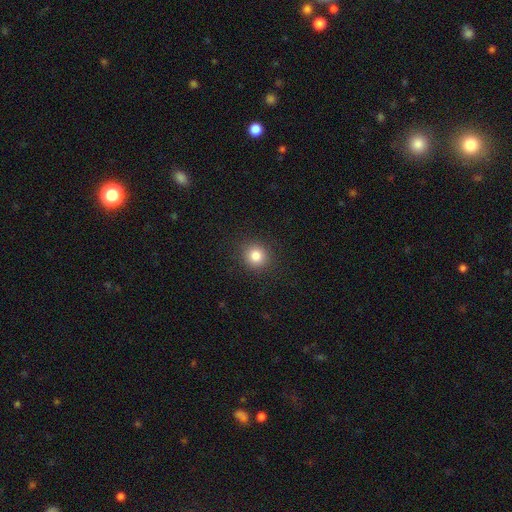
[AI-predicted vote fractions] This appears to be a smooth galaxy with no disk features (84%) that is round (89%). Merging: none (90%).